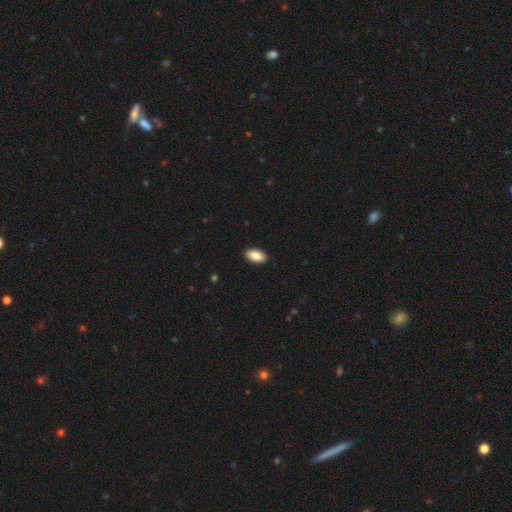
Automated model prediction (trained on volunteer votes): Q: Smooth or featured?
A: smooth (87%); runner-up: star or artifact (7%)
Q: How rounded?
A: in between (94%); runner-up: round (4%)
Q: Merging?
A: none (90%); runner-up: minor disturbance (7%)